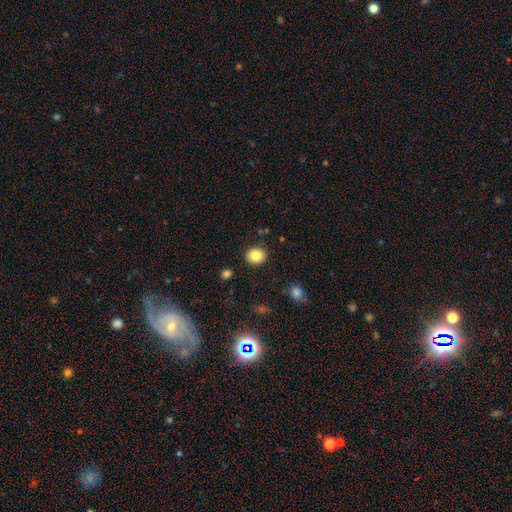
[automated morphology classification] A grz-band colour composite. It shows a smooth galaxy with no disk features (83%) that is round (73%). Merging: none (89%).